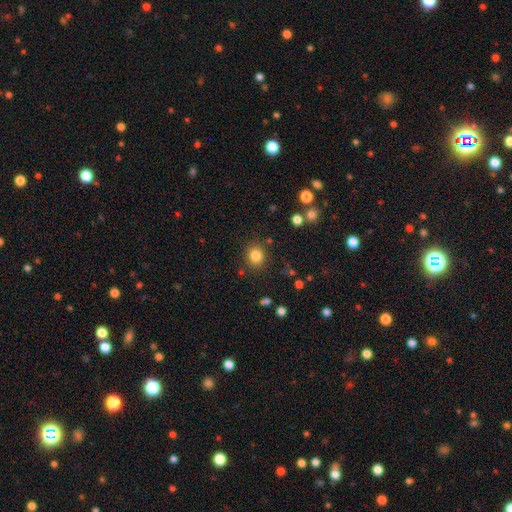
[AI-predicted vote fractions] Q: Smooth or featured?
A: smooth (83%); runner-up: star or artifact (12%)
Q: How rounded?
A: round (83%); runner-up: in between (16%)
Q: Merging?
A: none (85%); runner-up: minor disturbance (9%)